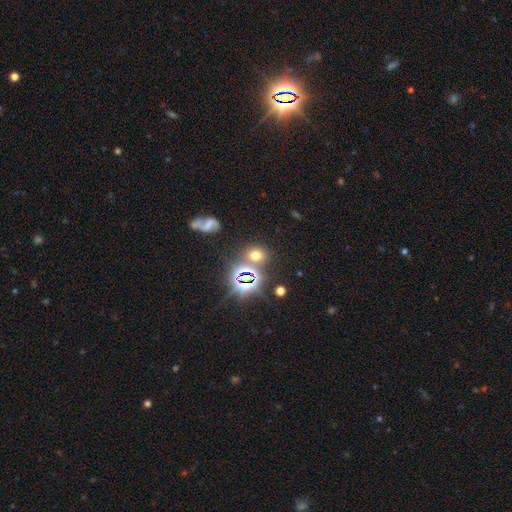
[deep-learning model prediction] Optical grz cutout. It shows a smooth galaxy with no disk features (54%) that is round (60%). Merging: none (72%).